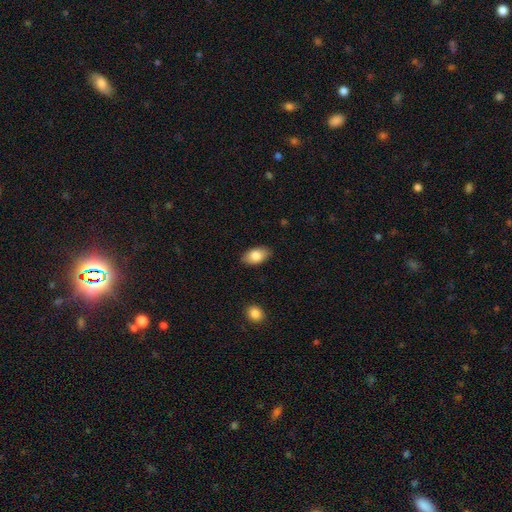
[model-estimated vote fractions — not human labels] This is clearly a smooth galaxy (84%). How rounded: clearly in between (93%). Merging: clearly none (87%).